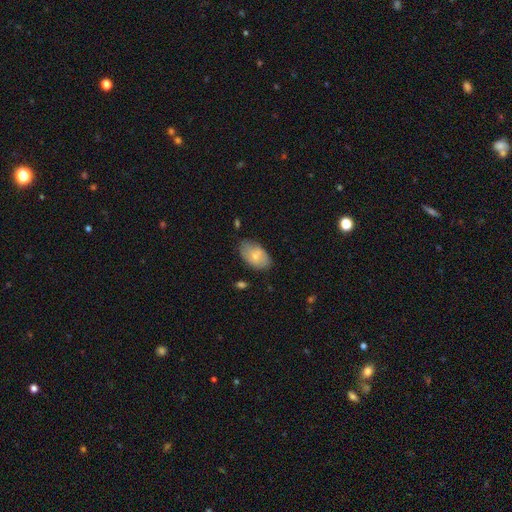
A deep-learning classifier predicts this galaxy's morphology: Smooth or featured: smooth — 68% (featured or disk — 26%)
How rounded: in between — 92% (round — 7%)
Merging: none — 65% (minor disturbance — 25%)